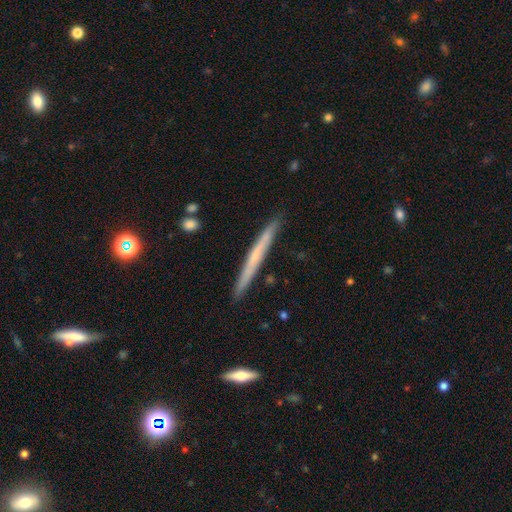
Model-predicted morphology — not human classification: A featured or disk galaxy (48%). Merging: none (90%).